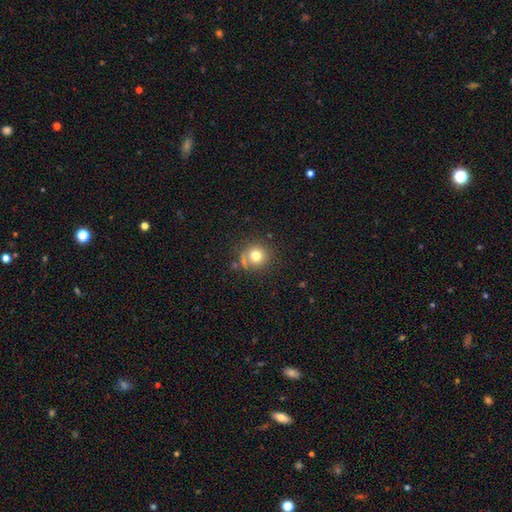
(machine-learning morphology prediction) type=smooth (76%); roundness=round (92%); merging=none (73%).